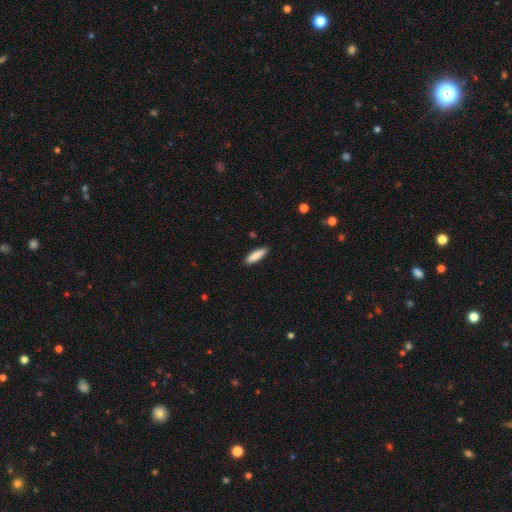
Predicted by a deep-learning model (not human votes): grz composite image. It shows a smooth galaxy with no disk features (86%) that is cigar-shaped (59%). Merging: none (88%).